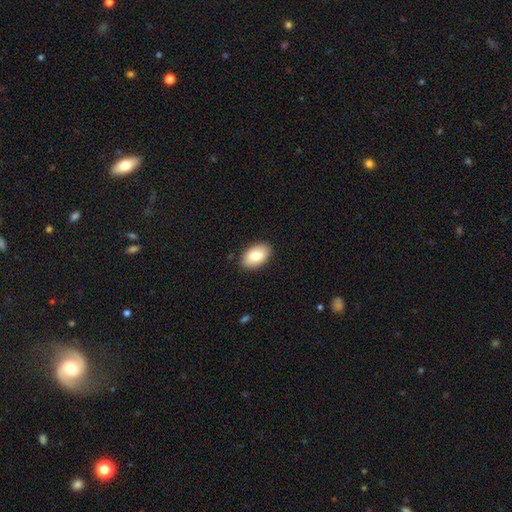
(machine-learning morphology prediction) smooth 81%, featured or disk 13%, star or artifact 6%. Down the decision tree: how rounded — in between (93%); merging — none (89%).